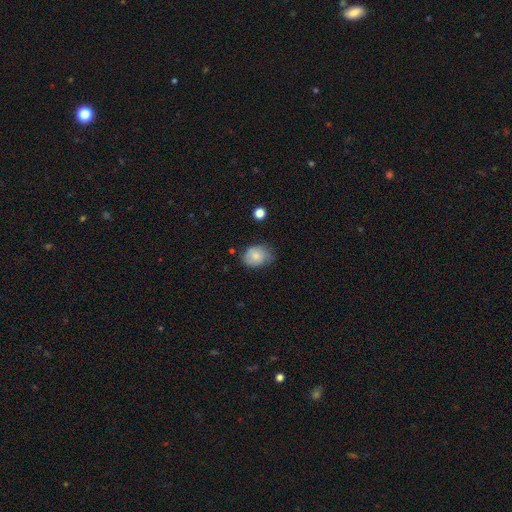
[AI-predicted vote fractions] Smooth or featured: smooth — 73% (featured or disk — 19%)
How rounded: in between — 59% (round — 40%)
Merging: none — 57% (minor disturbance — 33%)